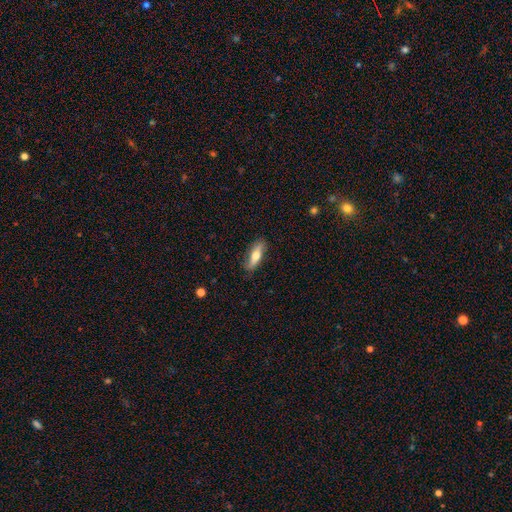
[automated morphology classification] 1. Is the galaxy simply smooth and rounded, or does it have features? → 61% smooth, 33% featured or disk, 6% star or artifact.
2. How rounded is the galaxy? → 51% in between, 46% cigar-shaped, 3% round.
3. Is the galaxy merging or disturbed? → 80% none, 16% minor disturbance, 3% major disturbance, 1% merger.